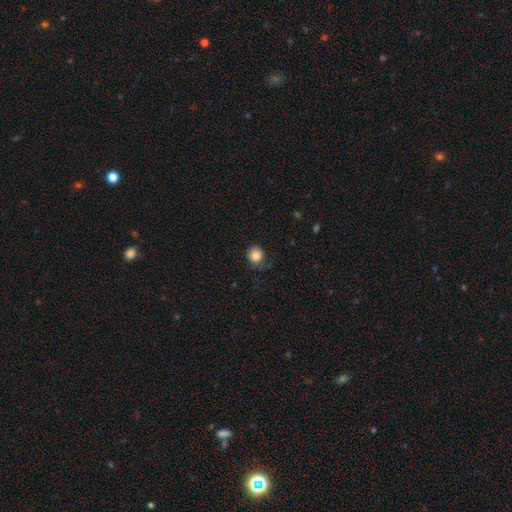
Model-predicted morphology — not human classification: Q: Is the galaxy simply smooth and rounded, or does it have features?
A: smooth — 83%.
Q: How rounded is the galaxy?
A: round — 89%.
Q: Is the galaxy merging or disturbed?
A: none — 70%.